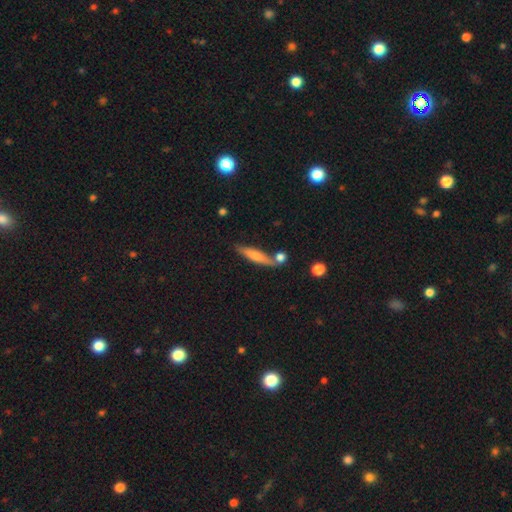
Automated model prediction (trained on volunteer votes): smooth 64%, featured or disk 30%, star or artifact 7%. Down the decision tree: how rounded — cigar-shaped (79%); merging — none (63%).